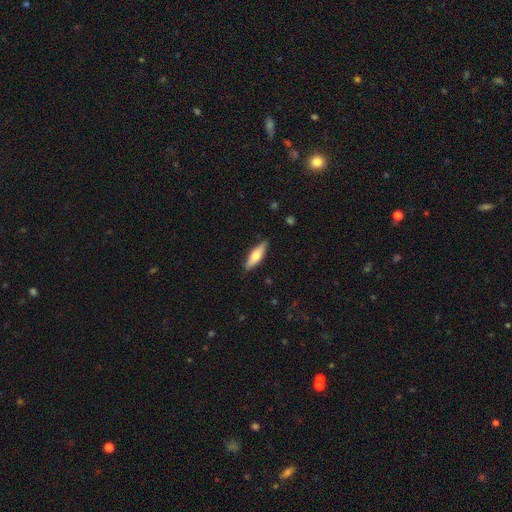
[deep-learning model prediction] A smooth galaxy with no disk features (62%) that is cigar-shaped (52%).

Vote fractions:
- Smooth or featured? smooth: 62% / featured or disk: 32% / star or artifact: 6%
- How rounded? cigar-shaped: 52% / in between: 46% / round: 2%
- Merging? none: 87% / minor disturbance: 10% / major disturbance: 2% / merger: 1%